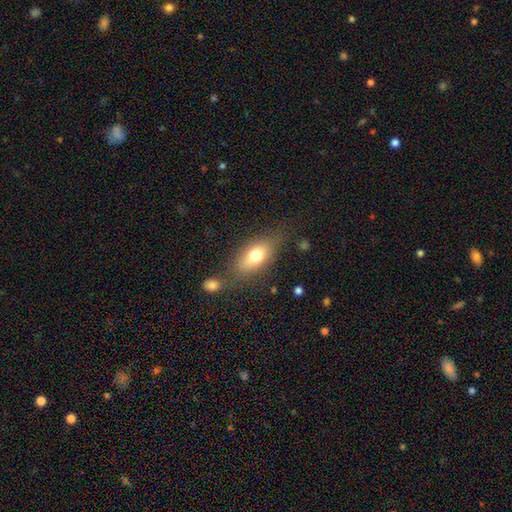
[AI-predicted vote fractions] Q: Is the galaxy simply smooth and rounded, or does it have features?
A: smooth — 72%.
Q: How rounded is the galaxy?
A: in between — 81%.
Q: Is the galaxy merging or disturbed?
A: none — 66%.